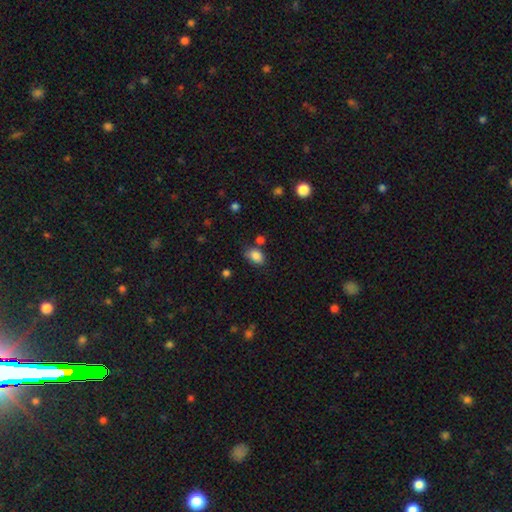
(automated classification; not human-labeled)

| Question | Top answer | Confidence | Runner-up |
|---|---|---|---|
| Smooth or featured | smooth | 86% | star or artifact (10%) |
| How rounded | in between | 78% | round (21%) |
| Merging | none | 67% | minor disturbance (20%) |